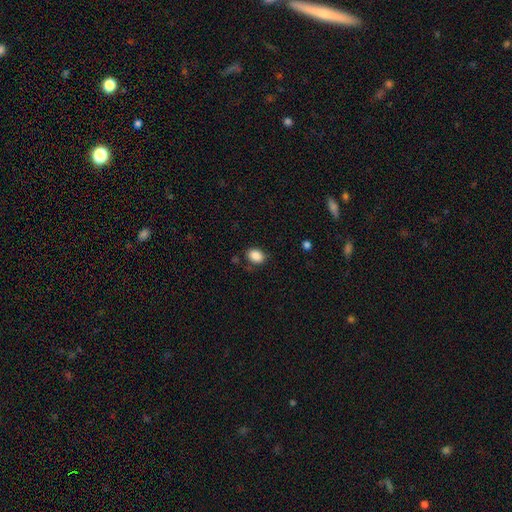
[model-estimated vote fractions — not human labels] The model was most divided on "how rounded": in between: 68%, round: 31%, cigar-shaped: 1%. More confident: smooth or featured — smooth (87%); merging — none (78%).